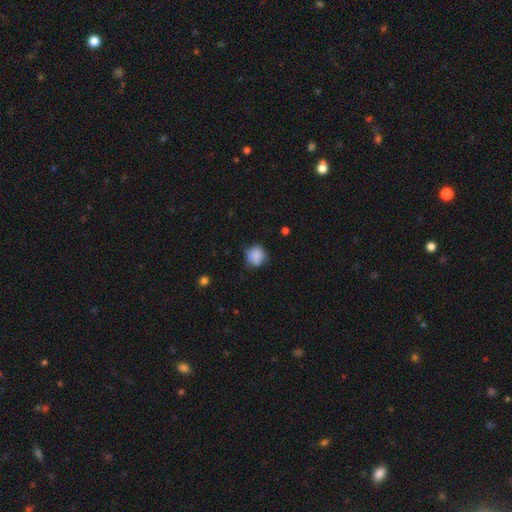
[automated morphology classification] A smooth galaxy with no disk features (81%) that is round (76%). Merging: none (56%).